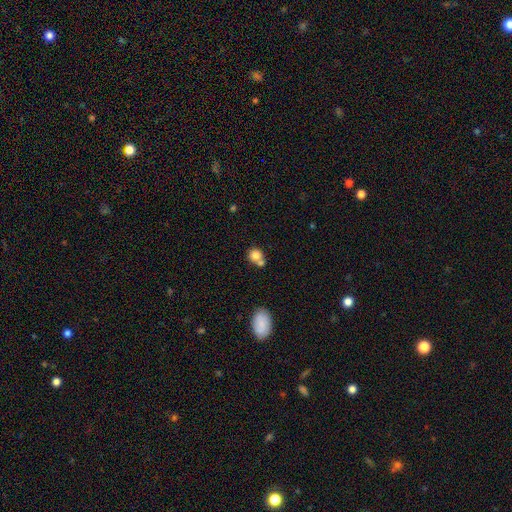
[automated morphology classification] Smooth or featured? smooth (79%)
How rounded? round (82%)
Merging? none (47%)